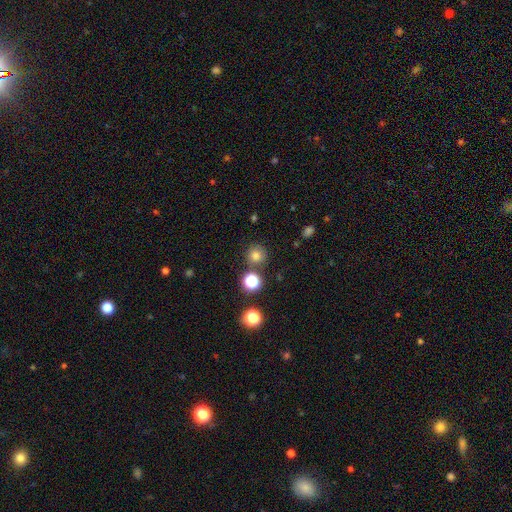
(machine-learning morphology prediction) This appears to be a smooth galaxy with no disk features (75%) that is round (93%). Merging: none (81%).